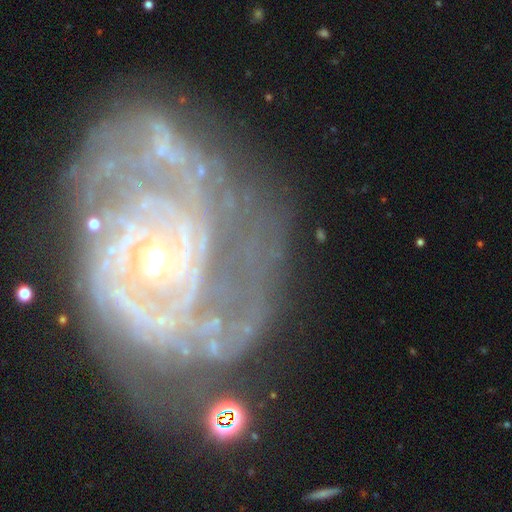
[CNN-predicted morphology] featured or disk 88%, star or artifact 6%, smooth 5%. Down the decision tree: edge-on disk — no (97%); bar — no (67%); spiral arms — yes (93%); spiral arm count — can't tell (30%); spiral winding — tight (66%); bulge size — moderate (50%); merging — none (57%).